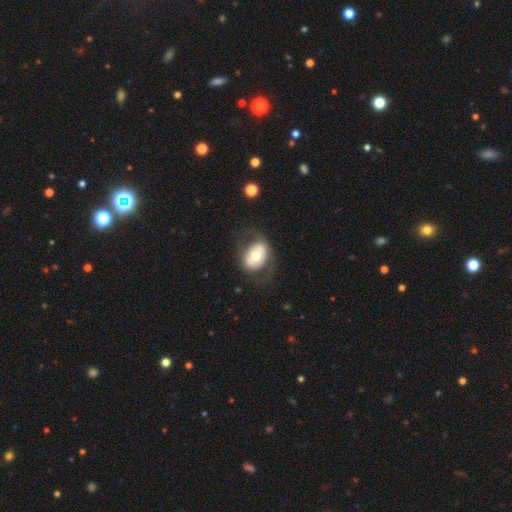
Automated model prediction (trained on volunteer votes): The model was most divided on "smooth or featured" (2-way tie): featured or disk: 47%, smooth: 47%, star or artifact: 6%. More confident: merging — none (65%).